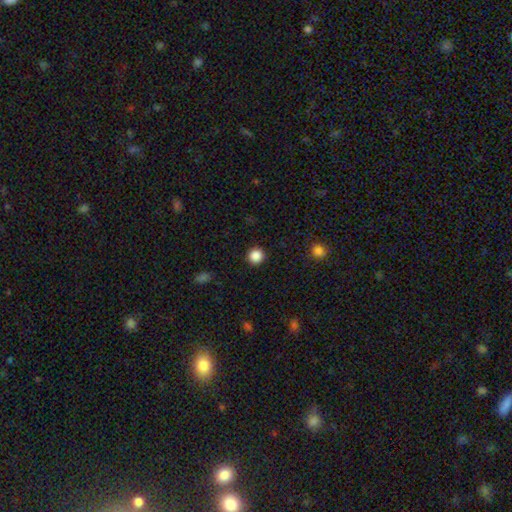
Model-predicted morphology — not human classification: The model was most divided on "smooth or featured": smooth: 87%, star or artifact: 11%, featured or disk: 3%. More confident: how rounded — round (93%); merging — none (92%).